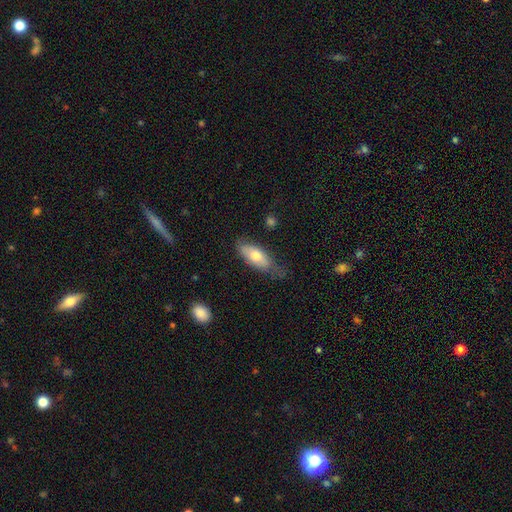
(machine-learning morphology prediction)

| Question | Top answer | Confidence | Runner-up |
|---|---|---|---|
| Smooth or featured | smooth | 69% | featured or disk (25%) |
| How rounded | in between | 82% | cigar-shaped (16%) |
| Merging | none | 58% | minor disturbance (30%) |